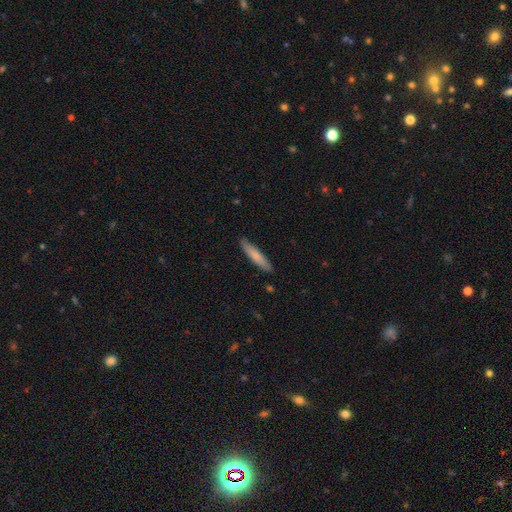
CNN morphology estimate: The model was most divided on "smooth or featured": smooth: 77%, featured or disk: 18%, star or artifact: 5%. More confident: how rounded — cigar-shaped (88%); merging — none (85%).